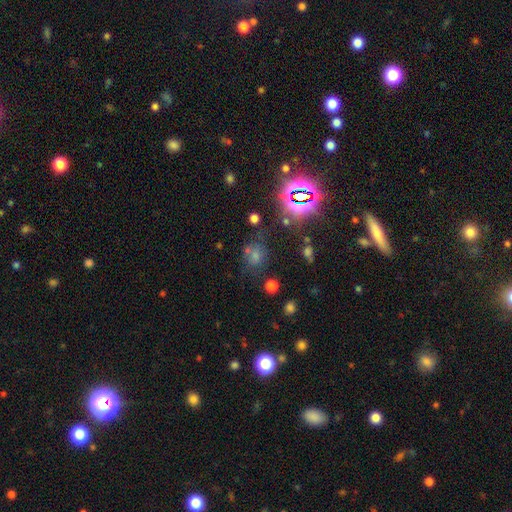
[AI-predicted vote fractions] Smooth or featured? star or artifact (57%)